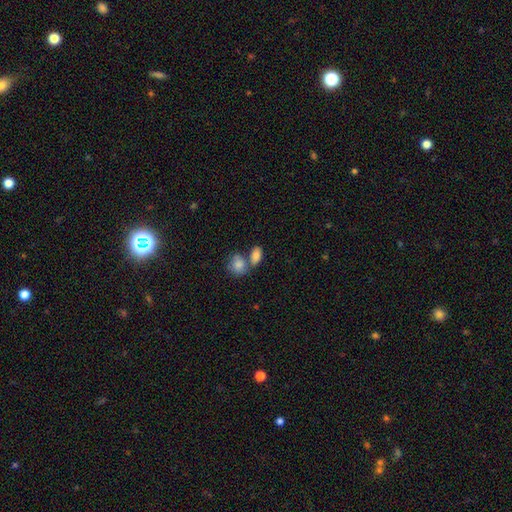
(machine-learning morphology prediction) A smooth galaxy with no disk features (85%) that is in between round and cigar-shaped (85%). Merging: merger (43%, tied with none).